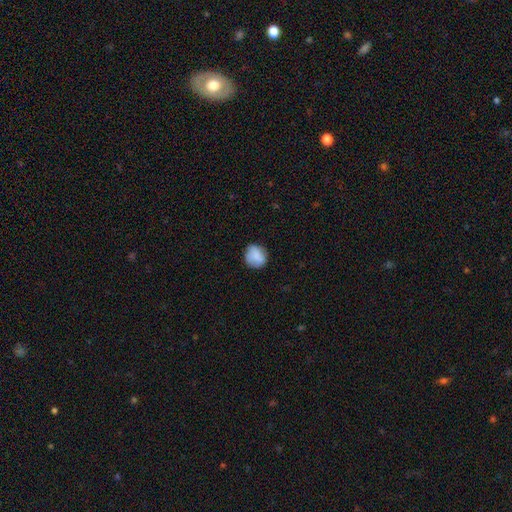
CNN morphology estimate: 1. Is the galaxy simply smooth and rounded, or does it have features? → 81% smooth, 11% featured or disk, 8% star or artifact.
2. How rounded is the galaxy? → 81% round, 17% in between, 1% cigar-shaped.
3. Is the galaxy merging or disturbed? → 81% none, 14% minor disturbance, 3% major disturbance, 1% merger.